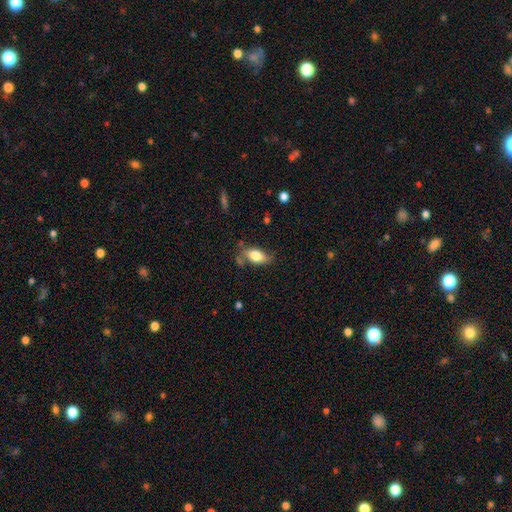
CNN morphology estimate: The model was most divided on "merging": none: 64%, minor disturbance: 23%, major disturbance: 7%, merger: 6%. More confident: how rounded — in between (86%); smooth or featured — smooth (74%).